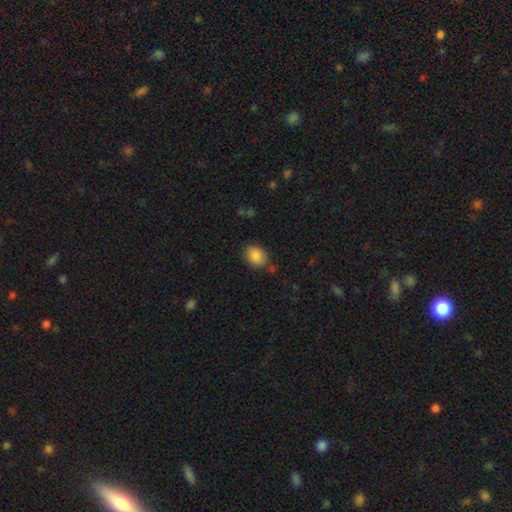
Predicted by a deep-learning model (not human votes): Overall: smooth (87%). How rounded: in between (60%; round 39%). Merging: none (76%).